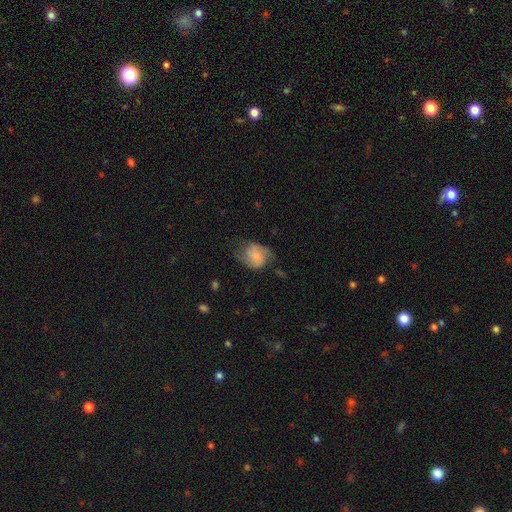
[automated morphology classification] Smooth or featured?
  - smooth: 49% *
  - featured or disk: 43%
  - star or artifact: 8%
Merging?
  - none: 51% *
  - minor disturbance: 29%
  - major disturbance: 18%
  - merger: 2%